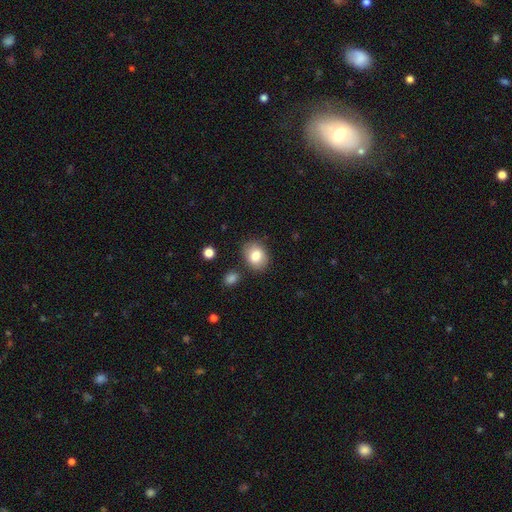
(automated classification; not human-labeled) Smooth or featured?
  - smooth: 82% *
  - featured or disk: 10%
  - star or artifact: 8%
How rounded?
  - in between: 56% *
  - round: 43%
  - cigar-shaped: 1%
Merging?
  - none: 79% *
  - minor disturbance: 13%
  - merger: 4%
  - major disturbance: 3%